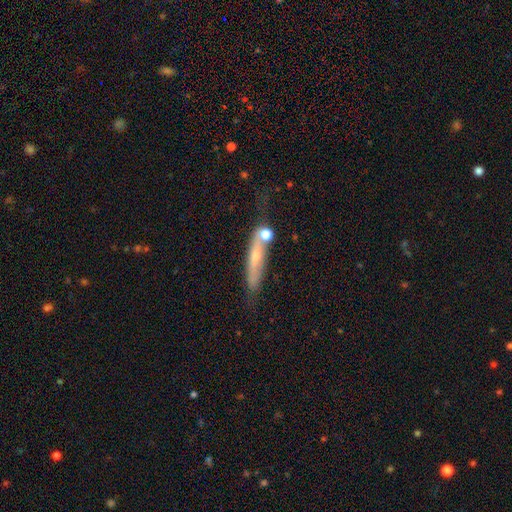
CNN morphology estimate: This appears to be a featured or disk galaxy (46%, tied with smooth). Merging: none (55%).